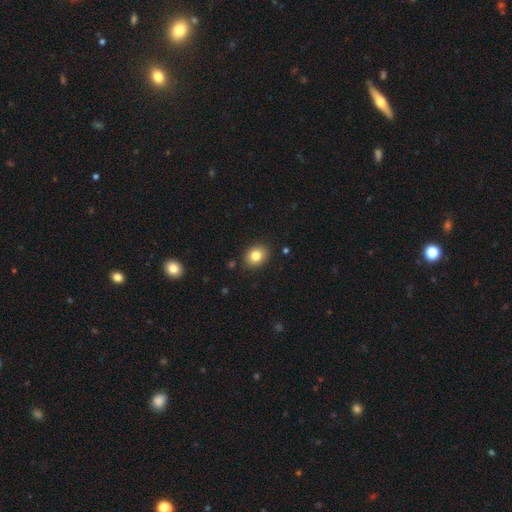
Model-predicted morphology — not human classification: The model was most divided on "how rounded": in between: 53%, round: 46%, cigar-shaped: 1%. More confident: merging — none (88%); smooth or featured — smooth (82%).